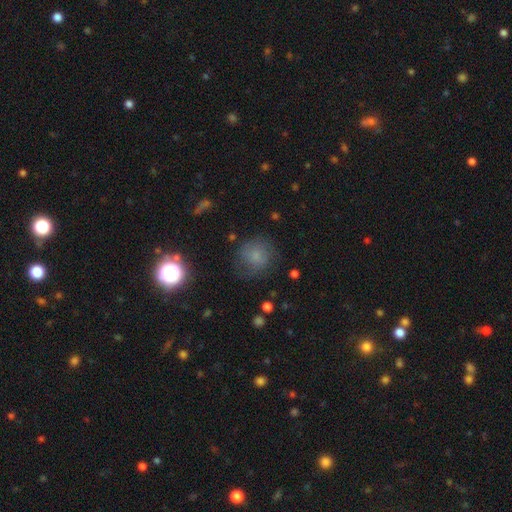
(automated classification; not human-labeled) A smooth galaxy with no disk features (71%) that is round (85%).

Vote fractions:
- Smooth or featured? smooth: 71% / star or artifact: 15% / featured or disk: 13%
- How rounded? round: 85% / in between: 14% / cigar-shaped: 1%
- Merging? none: 68% / minor disturbance: 19% / major disturbance: 10% / merger: 2%